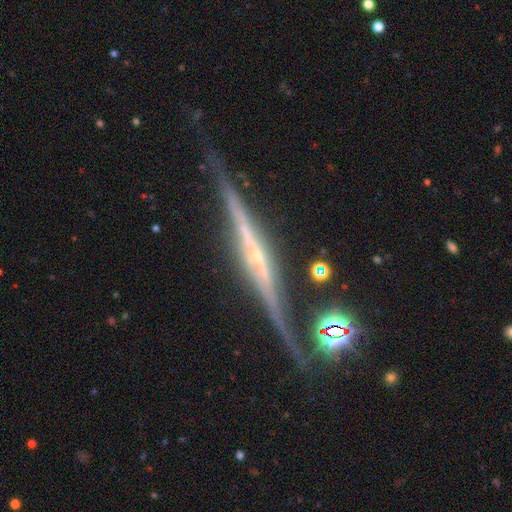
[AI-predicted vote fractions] Smooth or featured: featured or disk — 86% (star or artifact — 8%)
Edge-on disk: yes — 97% (no — 3%)
Edge-on bulge: rounded — 55% (none — 33%)
Merging: none — 80% (minor disturbance — 13%)